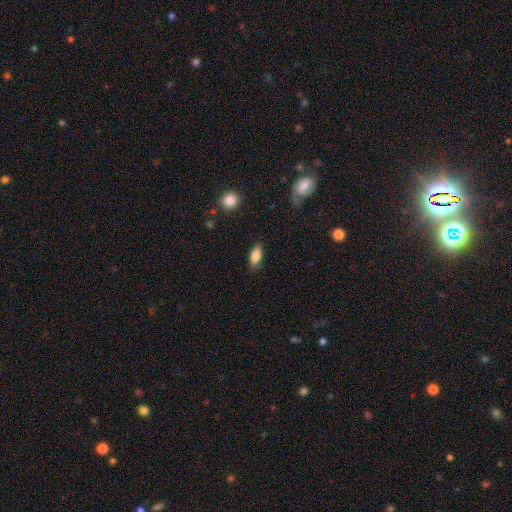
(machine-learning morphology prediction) A smooth galaxy with no disk features (83%) that is in between round and cigar-shaped (84%). Merging: none (83%).